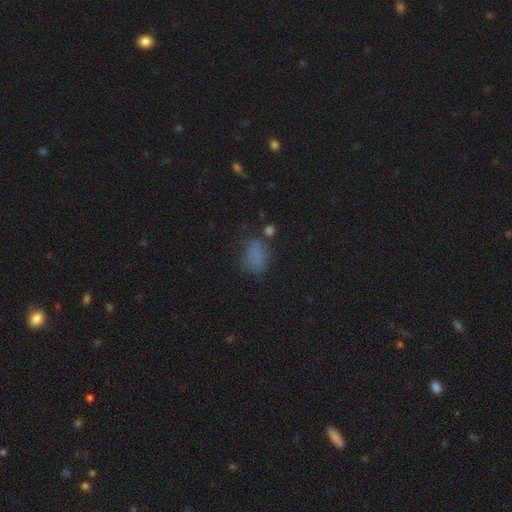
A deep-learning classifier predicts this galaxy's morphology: type=smooth (74%); roundness=in between (70%); merging=none (57%).